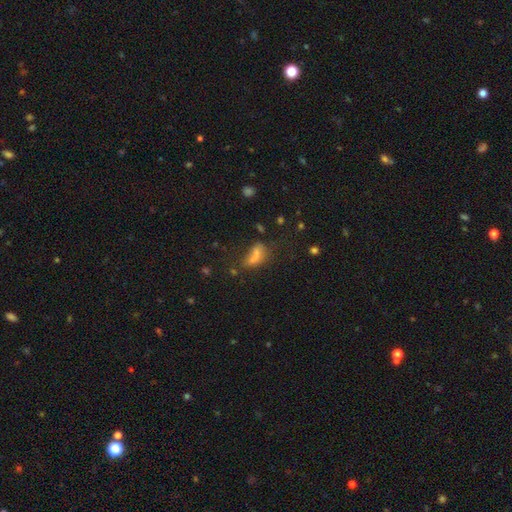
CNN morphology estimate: Smooth or featured? smooth (67%)
How rounded? in between (78%)
Merging? major disturbance (31%)